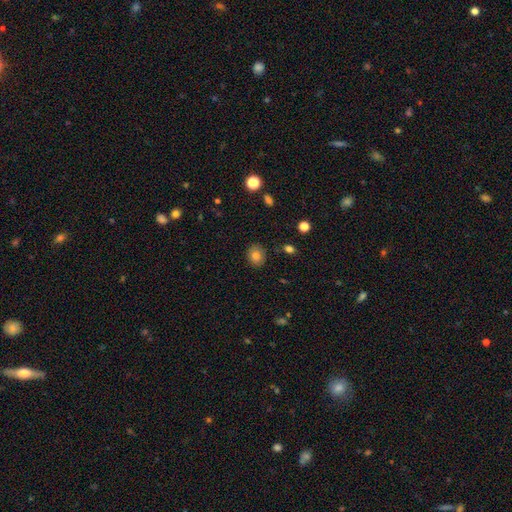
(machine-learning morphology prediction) A smooth galaxy with no disk features (81%) that is round (62%). Merging: none (86%).